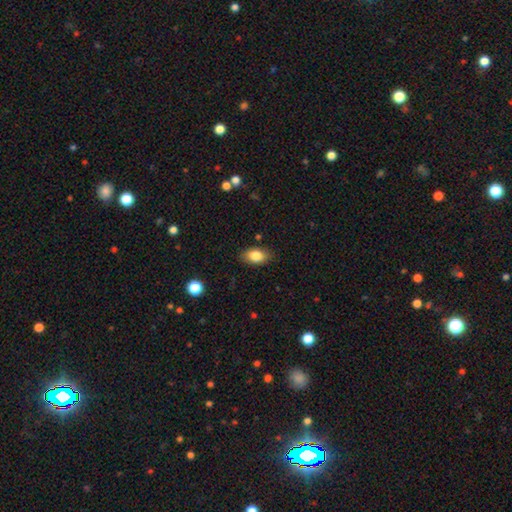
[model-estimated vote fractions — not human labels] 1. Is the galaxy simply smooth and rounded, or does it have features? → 83% smooth, 9% featured or disk, 8% star or artifact.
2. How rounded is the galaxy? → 89% in between, 8% round, 3% cigar-shaped.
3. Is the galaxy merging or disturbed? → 85% none, 11% minor disturbance, 3% major disturbance, 1% merger.